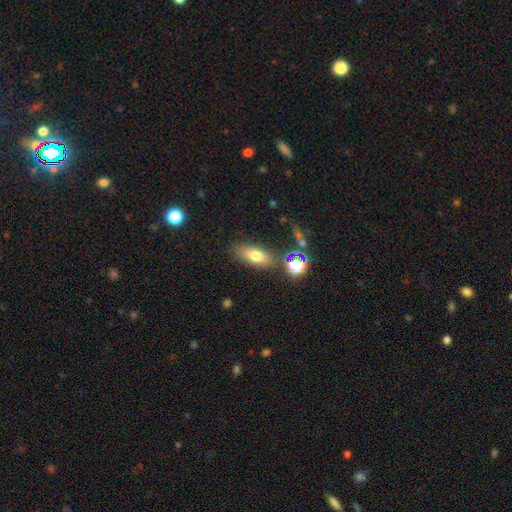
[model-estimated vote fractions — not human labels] A smooth galaxy with no disk features (72%) that is in between round and cigar-shaped (72%). Merging: none (77%).